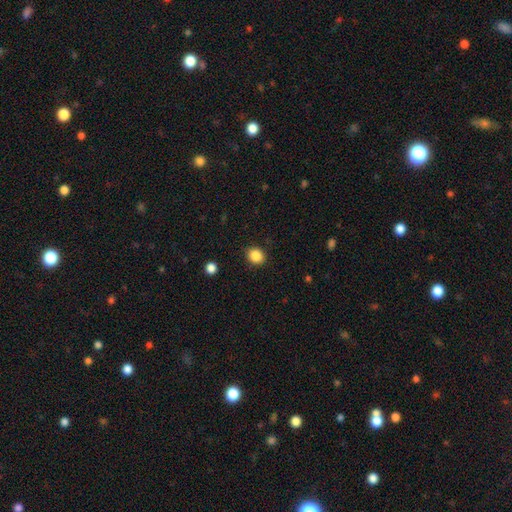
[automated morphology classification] Smooth or featured?
  - smooth: 87% *
  - star or artifact: 10%
  - featured or disk: 3%
How rounded?
  - round: 71% *
  - in between: 28%
  - cigar-shaped: 1%
Merging?
  - none: 89% *
  - minor disturbance: 8%
  - major disturbance: 2%
  - merger: 1%